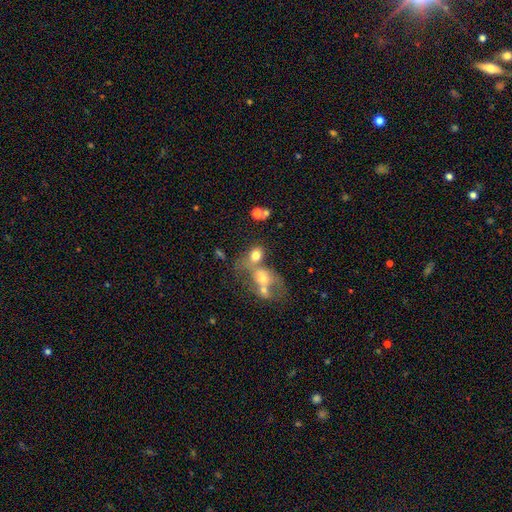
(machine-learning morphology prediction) Smooth or featured? Predicted: smooth (p=0.68). How rounded? Predicted: in between (p=0.55). Merging? Predicted: merger (p=0.55).